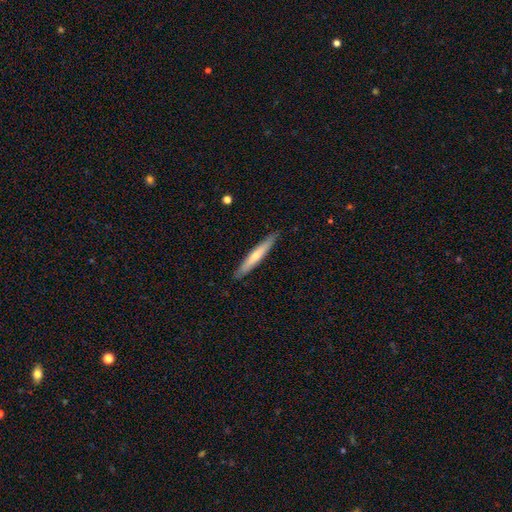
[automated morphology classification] smooth-or-featured: smooth: 58% | featured or disk: 37% | star or artifact: 5%
  how-rounded: cigar-shaped: 95% | in between: 4% | round: 1%
  merging: none: 89% | minor disturbance: 9% | major disturbance: 1% | merger: 1%